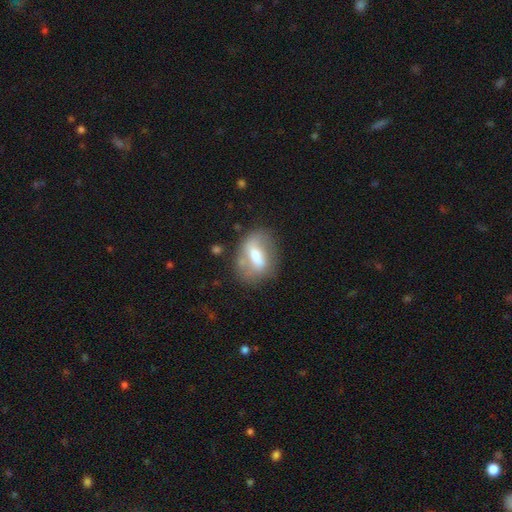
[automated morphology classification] Smooth or featured? featured or disk (46%, tied with smooth)
Merging? none (64%)